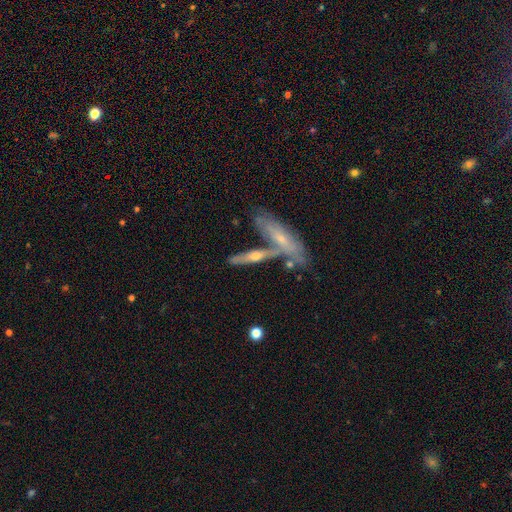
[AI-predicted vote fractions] Overall: featured or disk (60%; smooth 33%). Edge-on disk: yes (84%). Merging: none (50%; merger 35%).